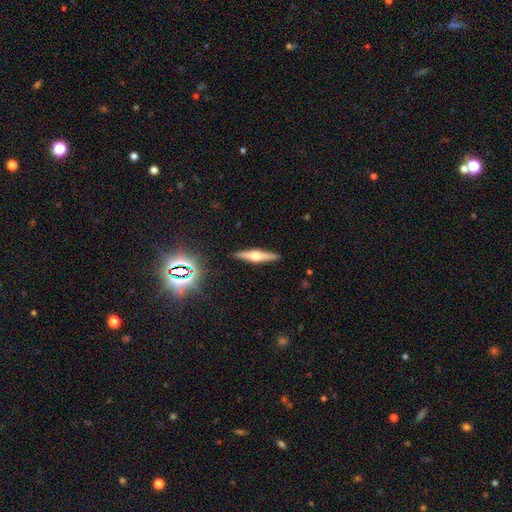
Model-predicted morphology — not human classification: Q: Smooth or featured?
A: featured or disk (63%); runner-up: smooth (29%)
Q: Edge-on disk?
A: yes (96%); runner-up: no (4%)
Q: Edge-on bulge?
A: rounded (92%); runner-up: boxy (5%)
Q: Merging?
A: none (91%); runner-up: minor disturbance (7%)